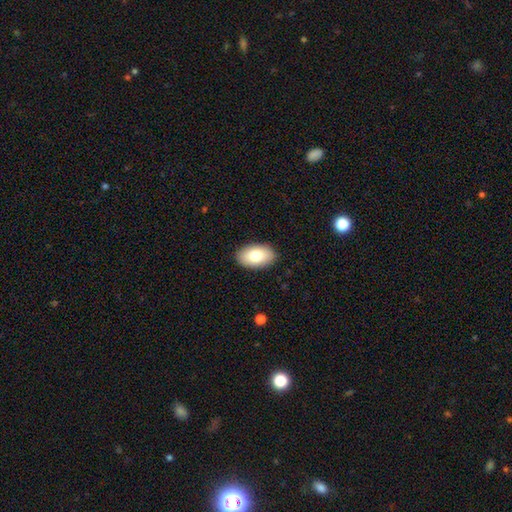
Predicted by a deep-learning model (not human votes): This appears to be a smooth galaxy with no disk features (79%) that is in between round and cigar-shaped (94%). Merging: none (89%).